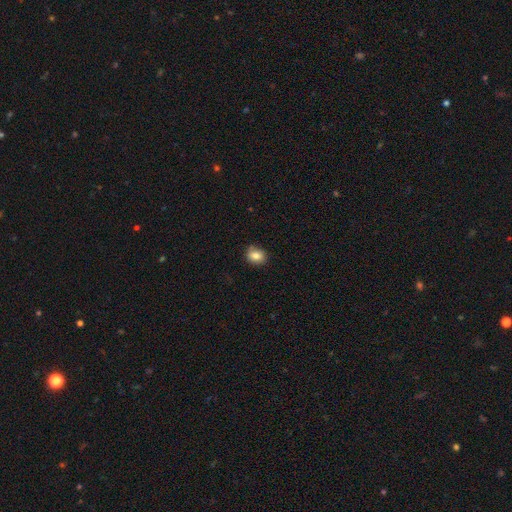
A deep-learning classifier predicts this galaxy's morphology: A smooth galaxy with no disk features (82%) that is round (51%). Merging: none (80%).